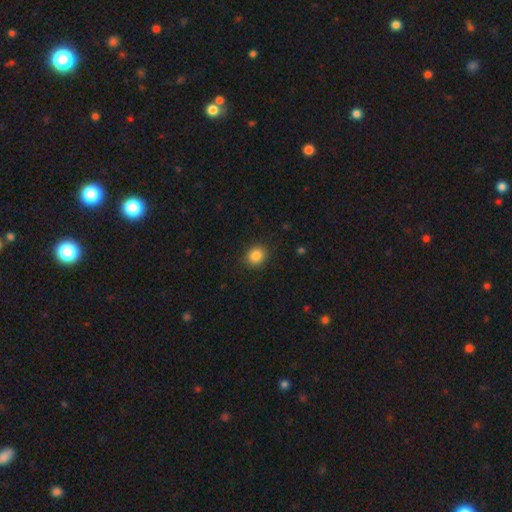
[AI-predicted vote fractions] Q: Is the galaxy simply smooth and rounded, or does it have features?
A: smooth — 86%.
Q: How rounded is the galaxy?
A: round — 73%.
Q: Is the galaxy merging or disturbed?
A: none — 88%.